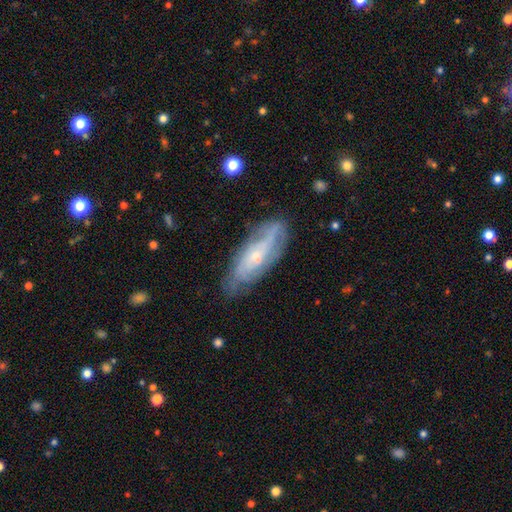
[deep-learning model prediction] smooth_or_featured: featured or disk (p=0.73) [alt: smooth p=0.21]
disk_edge_on: no (p=0.83) [alt: yes p=0.17]
bar: no (p=0.65) [alt: weak p=0.28]
has_spiral_arms: yes (p=0.88) [alt: no p=0.12]
spiral_winding: tight (p=0.48) [alt: medium p=0.37]
spiral_arm_count: can't tell (p=0.45) [alt: 2 p=0.31]
bulge_size: small (p=0.62) [alt: moderate p=0.33]
merging: none (p=0.72) [alt: minor disturbance p=0.21]